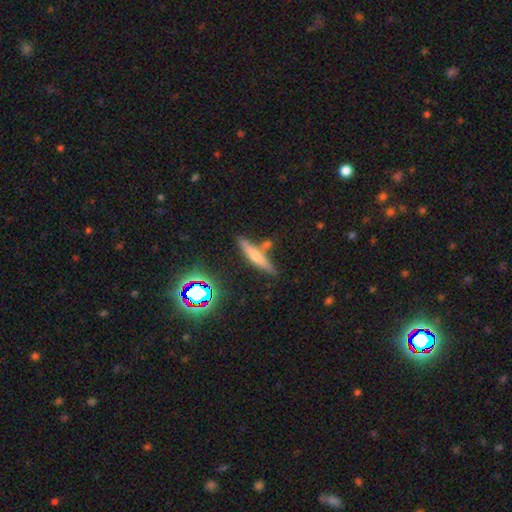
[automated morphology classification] Smooth or featured?
  - smooth: 47% *
  - featured or disk: 39%
  - star or artifact: 14%
Merging?
  - none: 76% *
  - minor disturbance: 11%
  - merger: 10%
  - major disturbance: 3%